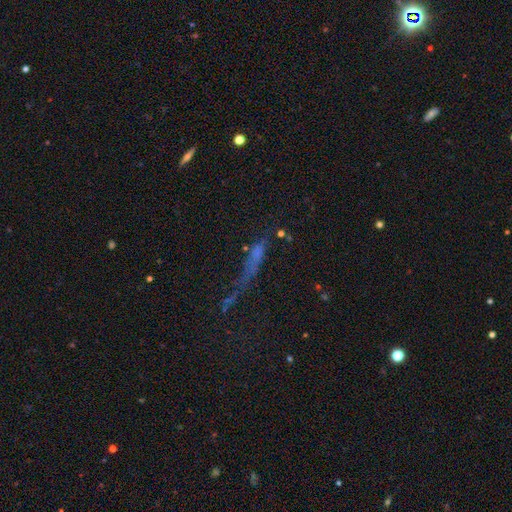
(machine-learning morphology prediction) This is marginally a smooth galaxy (41%). Merging: marginally major disturbance (34%).